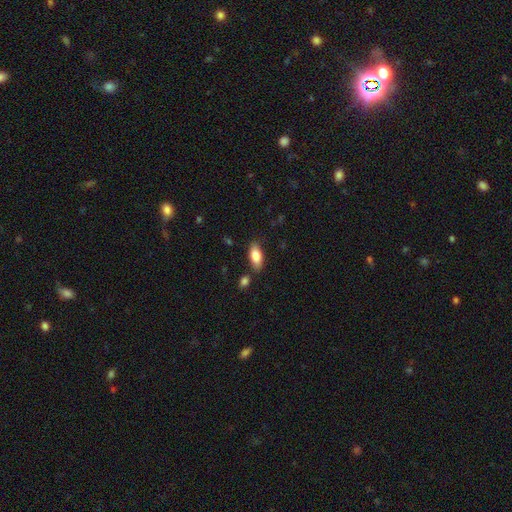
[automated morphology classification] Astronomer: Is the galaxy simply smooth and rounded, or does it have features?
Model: smooth — 83%.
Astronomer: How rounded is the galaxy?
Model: in between — 85%.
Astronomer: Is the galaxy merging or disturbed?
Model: none — 79%.